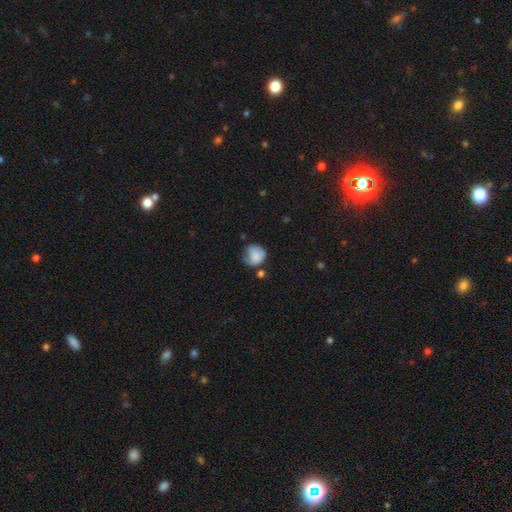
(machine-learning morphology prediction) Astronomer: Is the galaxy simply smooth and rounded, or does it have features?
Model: smooth — 76%.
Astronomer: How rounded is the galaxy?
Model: round — 77%.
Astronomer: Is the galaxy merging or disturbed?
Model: none — 41% (runner-up: minor disturbance, 35%).